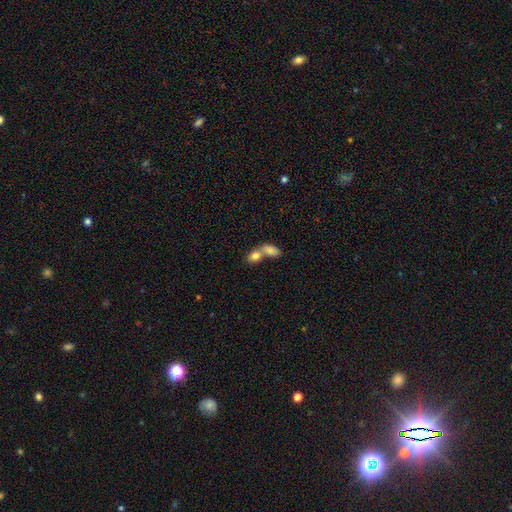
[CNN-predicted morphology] This is clearly a smooth galaxy (82%). How rounded: likely in between (75%). Merging: likely merger (68%).